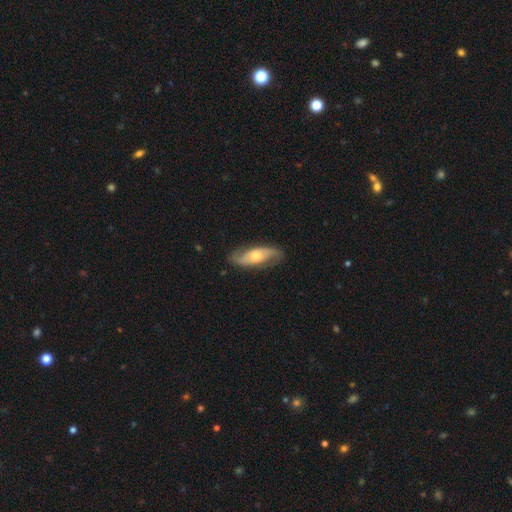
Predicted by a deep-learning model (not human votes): A featured or disk galaxy (68%) with no bar (66%), 2 (88%) loose (44%) spiral arms (87%) and a moderate central bulge (58%).

Vote fractions:
- Smooth or featured? featured or disk: 68% / smooth: 27% / star or artifact: 5%
- Edge-on disk? no: 86% / yes: 14%
- Bar? no: 66% / weak: 25% / strong: 9%
- Spiral arms? yes: 87% / no: 13%
- Spiral winding? loose: 44% / medium: 38% / tight: 18%
- Spiral arm count? 2: 88% / can't tell: 7% / 1: 2% / 3: 1% / 4: 1% / more than 4: 1%
- Bulge size? moderate: 58% / small: 31% / large: 7% / none: 2% / dominant: 1%
- Merging? none: 79% / minor disturbance: 15% / major disturbance: 5% / merger: 1%